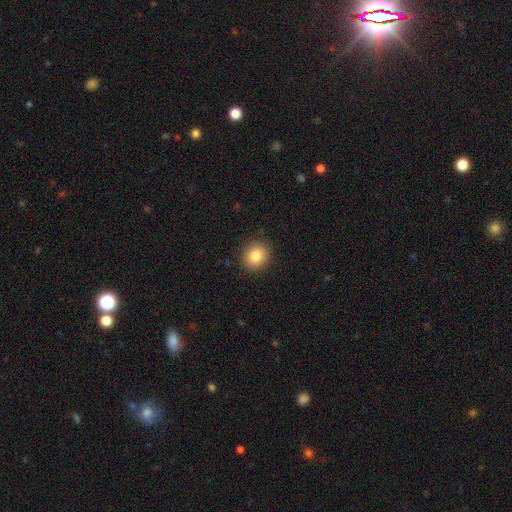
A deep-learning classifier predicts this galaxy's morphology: Q: Smooth or featured?
A: smooth (85%); runner-up: star or artifact (10%)
Q: How rounded?
A: round (75%); runner-up: in between (24%)
Q: Merging?
A: none (90%); runner-up: minor disturbance (7%)